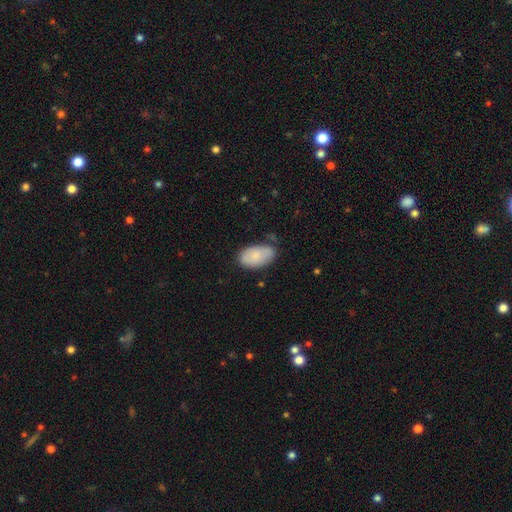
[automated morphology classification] A smooth galaxy with no disk features (80%) that is in between round and cigar-shaped (95%).

Vote fractions:
- Smooth or featured? smooth: 80% / featured or disk: 14% / star or artifact: 6%
- How rounded? in between: 95% / round: 4% / cigar-shaped: 1%
- Merging? none: 67% / minor disturbance: 24% / major disturbance: 5% / merger: 4%